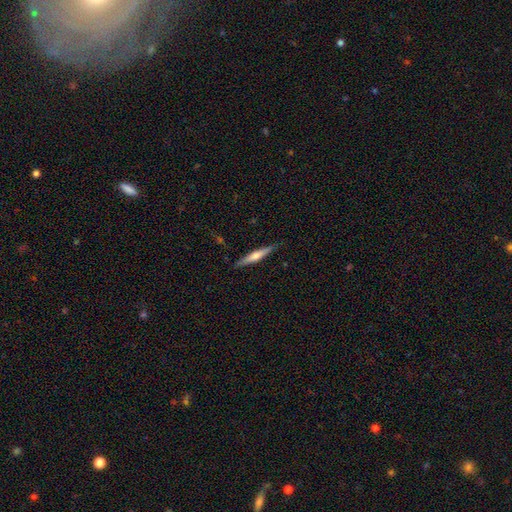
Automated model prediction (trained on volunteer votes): A featured or disk galaxy (51%) viewed edge-on (96%). Merging: none (87%).